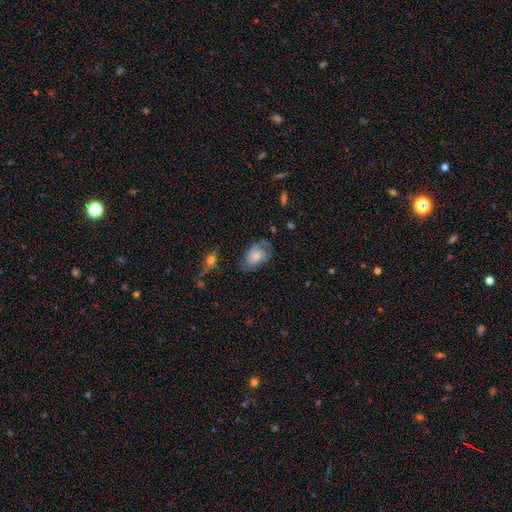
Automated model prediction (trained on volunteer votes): The model was most divided on "smooth or featured": smooth: 52%, featured or disk: 40%, star or artifact: 8%. More confident: how rounded — in between (86%); merging — none (52%).